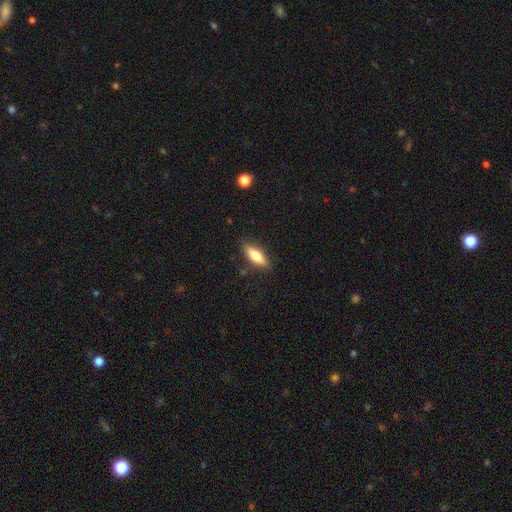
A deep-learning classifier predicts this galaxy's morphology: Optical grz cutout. It shows a smooth galaxy with no disk features (68%) that is in between round and cigar-shaped (57%). Merging: none (84%).